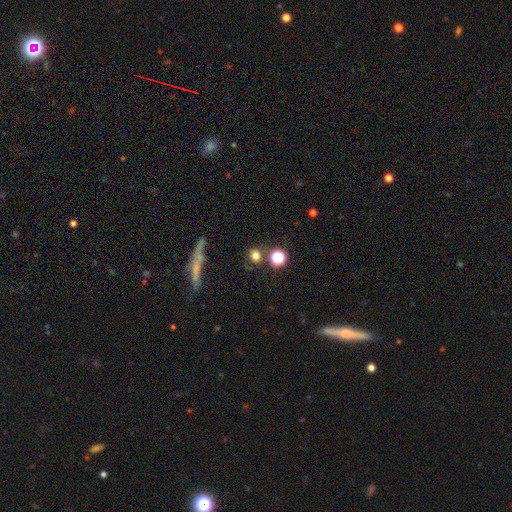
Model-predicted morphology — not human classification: Q: Smooth or featured?
A: smooth (74%); runner-up: star or artifact (17%)
Q: How rounded?
A: round (84%); runner-up: in between (12%)
Q: Merging?
A: none (75%); runner-up: merger (12%)